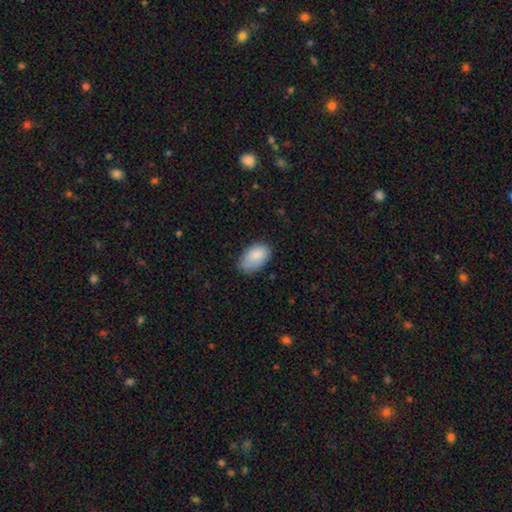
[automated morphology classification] type=smooth (87%); roundness=in between (93%); merging=none (67%).